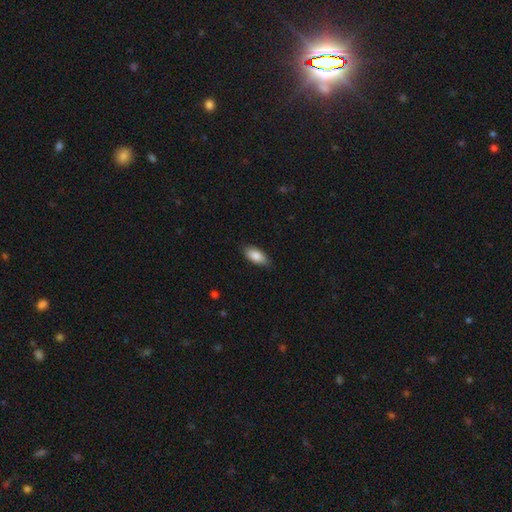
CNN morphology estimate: Smooth or featured? Predicted: smooth (p=0.86). How rounded? Predicted: in between (p=0.89). Merging? Predicted: none (p=0.82).